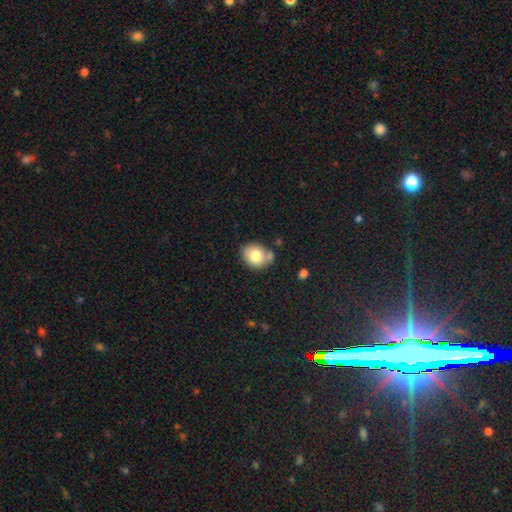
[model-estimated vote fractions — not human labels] Smooth or featured?
  - smooth: 79% *
  - featured or disk: 13%
  - star or artifact: 9%
How rounded?
  - round: 56% *
  - in between: 43%
  - cigar-shaped: 1%
Merging?
  - none: 64% *
  - minor disturbance: 17%
  - merger: 15%
  - major disturbance: 4%